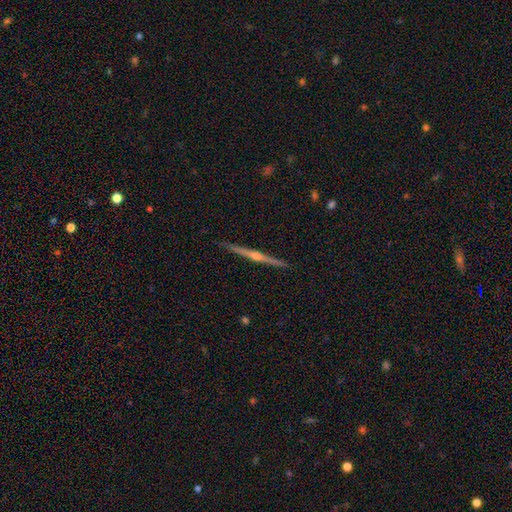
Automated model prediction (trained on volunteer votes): The model was most divided on "smooth or featured": featured or disk: 83%, smooth: 11%, star or artifact: 6%. More confident: edge-on disk — yes (98%); merging — none (92%); edge-on bulge — rounded (86%).